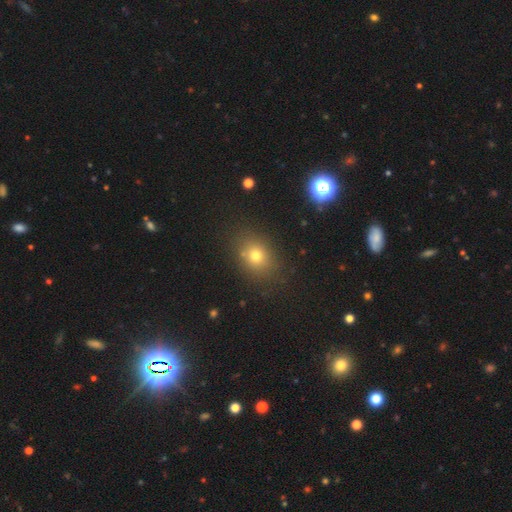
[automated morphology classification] Q: Smooth or featured?
A: smooth (72%); runner-up: star or artifact (18%)
Q: How rounded?
A: round (52%); runner-up: in between (47%)
Q: Merging?
A: none (82%); runner-up: minor disturbance (11%)